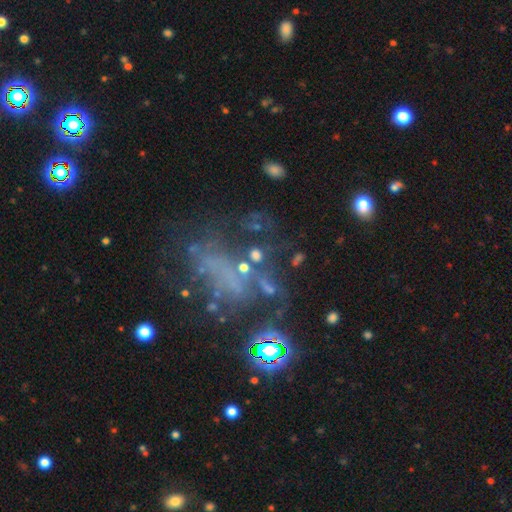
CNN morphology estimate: Smooth or featured: star or artifact — 37% (featured or disk — 33%)